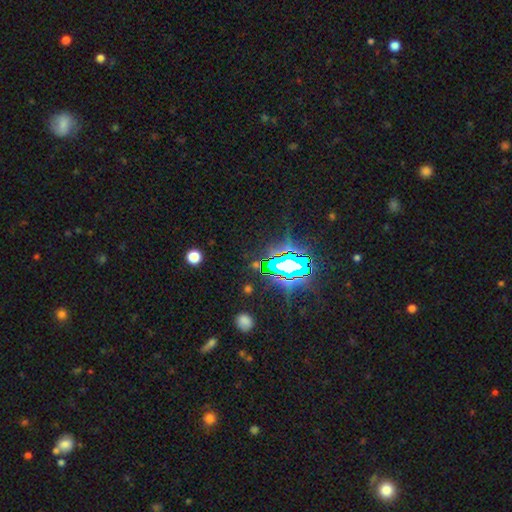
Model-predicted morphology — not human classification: Smooth or featured?
  - star or artifact: 82% *
  - smooth: 10%
  - featured or disk: 8%